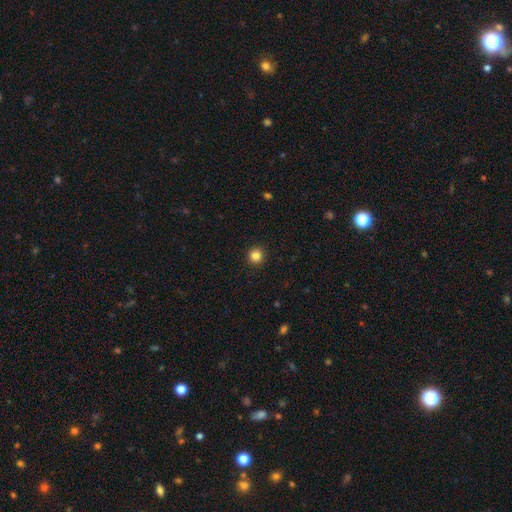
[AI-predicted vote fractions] The model was most divided on "smooth or featured": smooth: 84%, star or artifact: 12%, featured or disk: 4%. More confident: how rounded — round (95%); merging — none (93%).